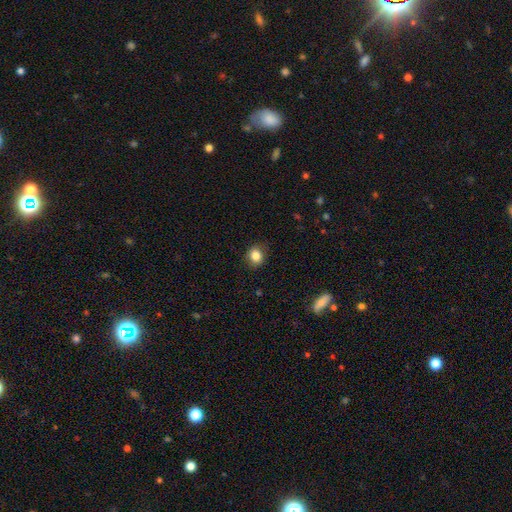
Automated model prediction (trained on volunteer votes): This appears to be a smooth galaxy with no disk features (84%) that is round (67%). Merging: none (82%).